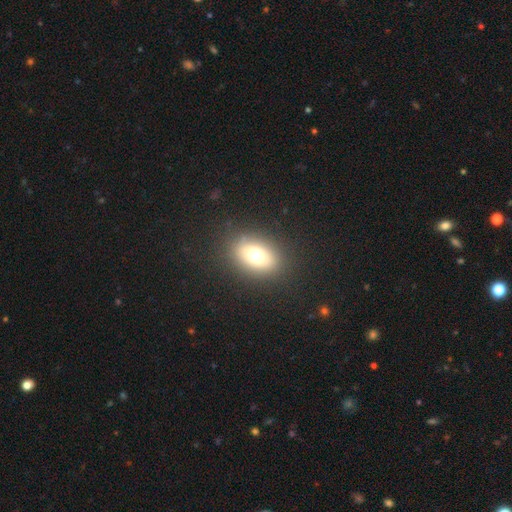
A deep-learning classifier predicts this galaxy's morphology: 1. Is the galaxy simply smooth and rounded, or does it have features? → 69% smooth, 18% featured or disk, 13% star or artifact.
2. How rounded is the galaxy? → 74% in between, 24% round, 2% cigar-shaped.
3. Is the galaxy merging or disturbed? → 85% none, 9% minor disturbance, 5% major disturbance, 1% merger.